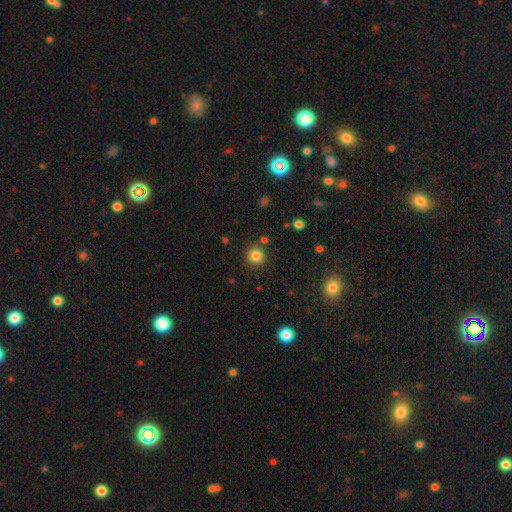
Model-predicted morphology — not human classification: A smooth galaxy with no disk features (83%) that is round (93%). Merging: none (85%).